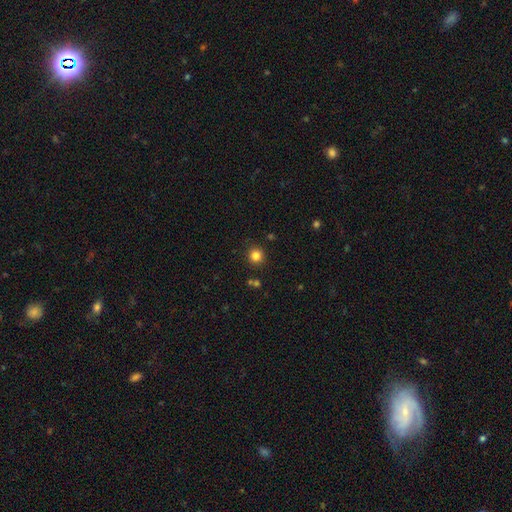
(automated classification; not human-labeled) Morphology: type=smooth (83%); roundness=round (93%); merging=none (90%).